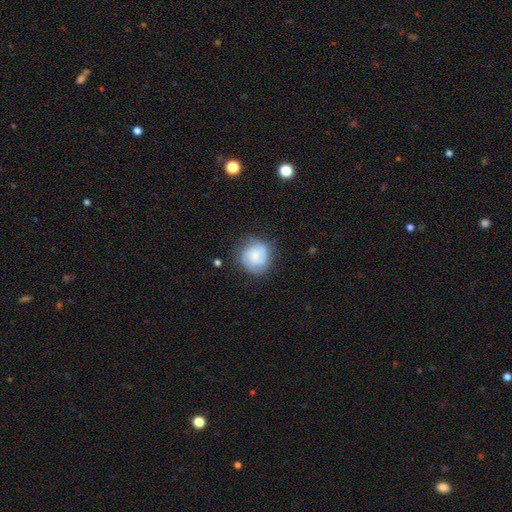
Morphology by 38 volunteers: Smooth or featured? smooth (47%)
How rounded? round (89%)
Merging? none (80%)